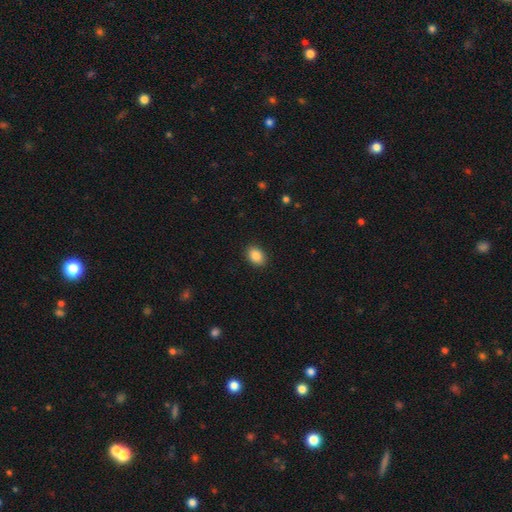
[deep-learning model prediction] smooth-or-featured: smooth: 87% | star or artifact: 8% | featured or disk: 5%
  how-rounded: in between: 82% | round: 16% | cigar-shaped: 1%
  merging: none: 90% | minor disturbance: 7% | major disturbance: 2% | merger: 1%